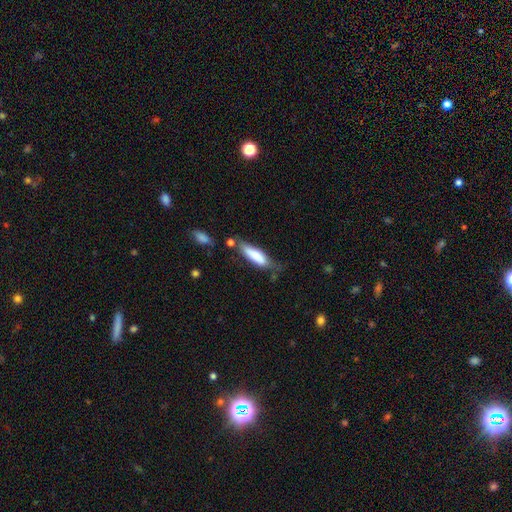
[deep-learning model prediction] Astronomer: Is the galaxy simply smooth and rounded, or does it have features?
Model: smooth — 77%.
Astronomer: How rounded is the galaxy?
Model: cigar-shaped — 55% (runner-up: in between, 44%).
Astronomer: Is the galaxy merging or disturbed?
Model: none — 49% (runner-up: minor disturbance, 29%).